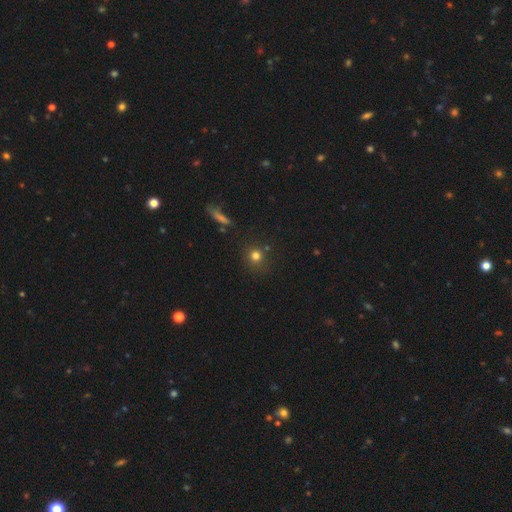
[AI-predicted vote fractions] This is likely a smooth galaxy (76%). How rounded: clearly round (89%). Merging: likely none (78%).